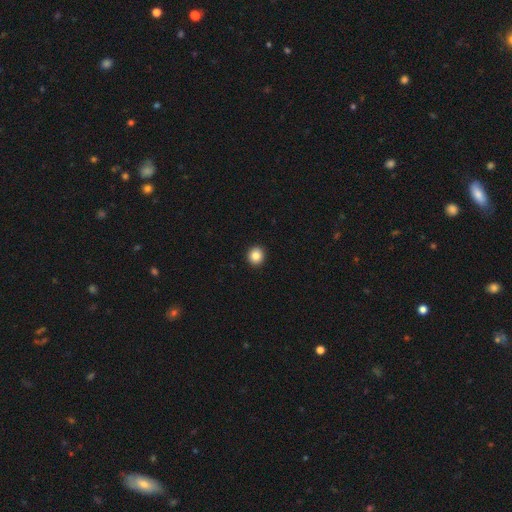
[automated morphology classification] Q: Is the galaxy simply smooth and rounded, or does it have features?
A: smooth — 85%.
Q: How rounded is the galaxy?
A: round — 90%.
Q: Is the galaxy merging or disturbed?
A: none — 94%.